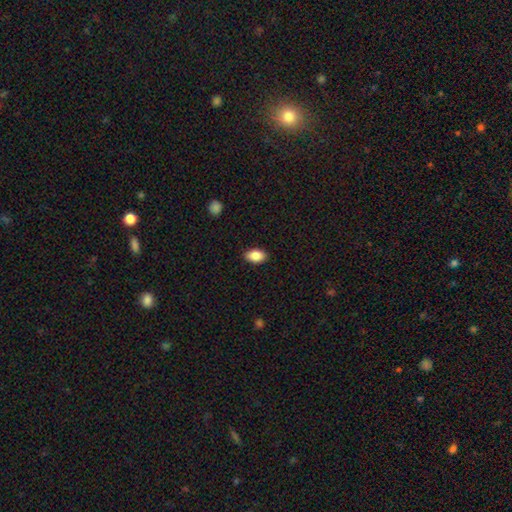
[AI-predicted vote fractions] This appears to be a smooth galaxy with no disk features (87%) that is in between round and cigar-shaped (91%). Merging: none (88%).